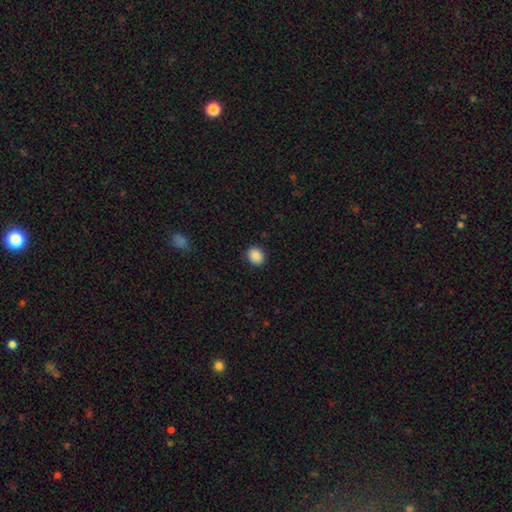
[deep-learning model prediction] Overall: smooth (88%). How rounded: round (62%; in between 37%). Merging: none (91%).